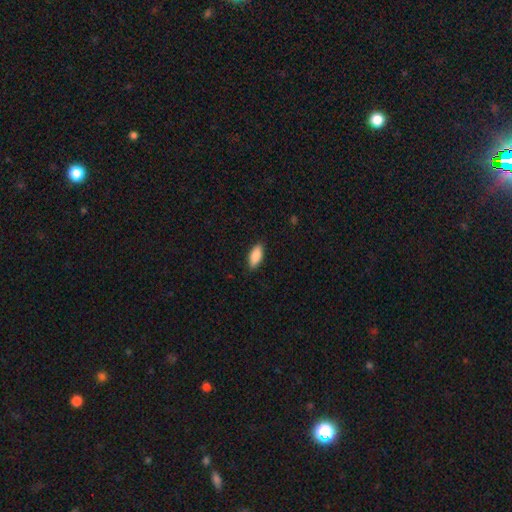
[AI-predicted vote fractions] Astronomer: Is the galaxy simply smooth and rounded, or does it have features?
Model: smooth — 88%.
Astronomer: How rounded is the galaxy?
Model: in between — 85%.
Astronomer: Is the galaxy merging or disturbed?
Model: none — 87%.